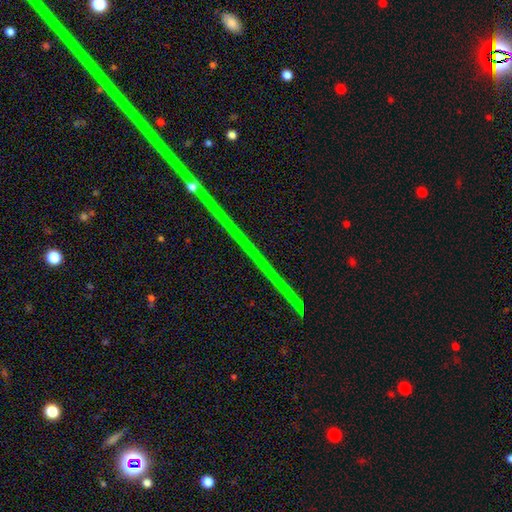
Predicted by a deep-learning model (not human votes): The model was most divided on "smooth or featured": star or artifact: 85%, featured or disk: 9%, smooth: 6%.